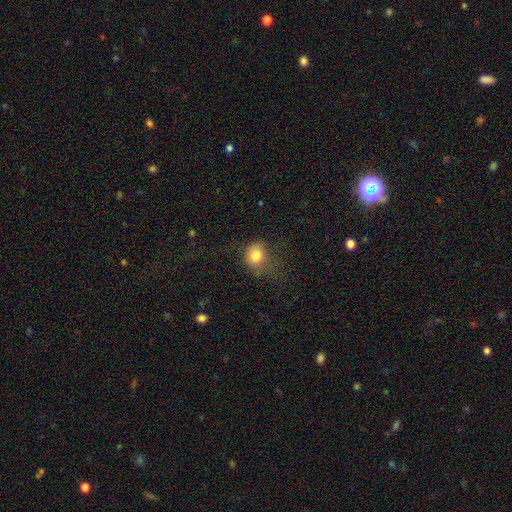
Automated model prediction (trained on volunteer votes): Q: Smooth or featured?
A: smooth (80%); runner-up: star or artifact (11%)
Q: How rounded?
A: round (66%); runner-up: in between (33%)
Q: Merging?
A: none (48%); runner-up: minor disturbance (27%)